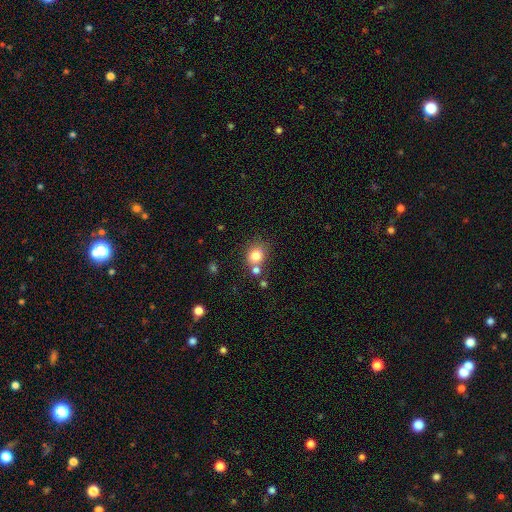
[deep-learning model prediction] Smooth or featured?
  - smooth: 80% *
  - star or artifact: 11%
  - featured or disk: 9%
How rounded?
  - round: 73% *
  - in between: 26%
  - cigar-shaped: 1%
Merging?
  - none: 58% *
  - merger: 25%
  - minor disturbance: 13%
  - major disturbance: 5%